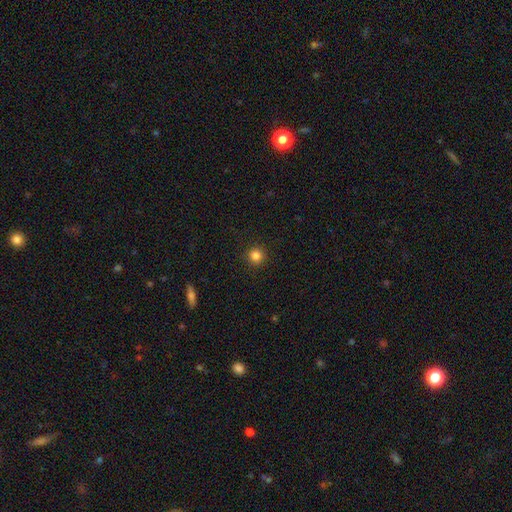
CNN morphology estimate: Q: Smooth or featured?
A: smooth (84%); runner-up: star or artifact (12%)
Q: How rounded?
A: round (95%); runner-up: in between (5%)
Q: Merging?
A: none (92%); runner-up: minor disturbance (5%)